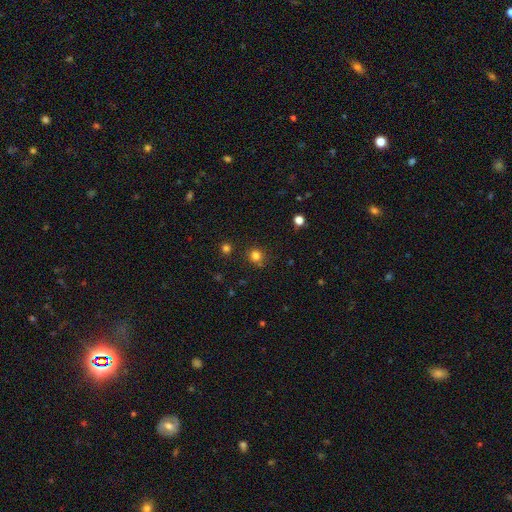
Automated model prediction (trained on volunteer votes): This appears to be a smooth galaxy with no disk features (78%) that is round (88%). Merging: none (81%).